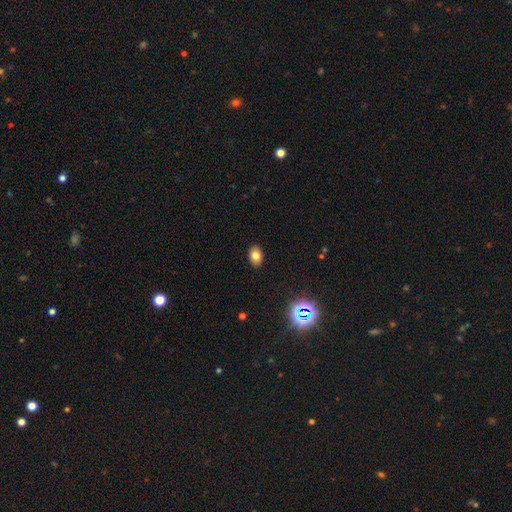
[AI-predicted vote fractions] Q: Smooth or featured?
A: smooth (79%); runner-up: star or artifact (13%)
Q: How rounded?
A: in between (79%); runner-up: round (20%)
Q: Merging?
A: none (89%); runner-up: minor disturbance (8%)